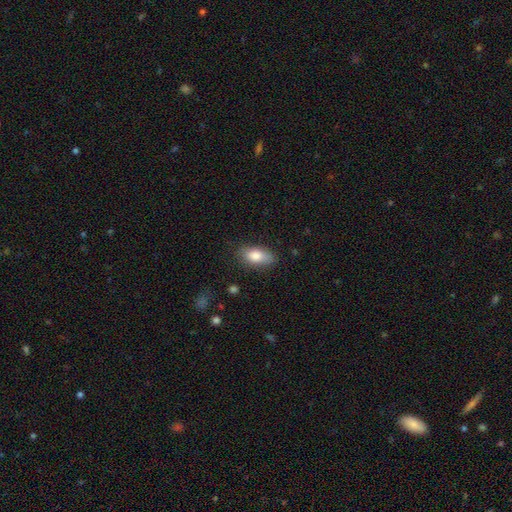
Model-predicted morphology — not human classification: smooth_or_featured: smooth (p=0.83) [alt: featured or disk p=0.10]
how_rounded: in between (p=0.88) [alt: cigar-shaped p=0.08]
merging: none (p=0.78) [alt: minor disturbance p=0.17]